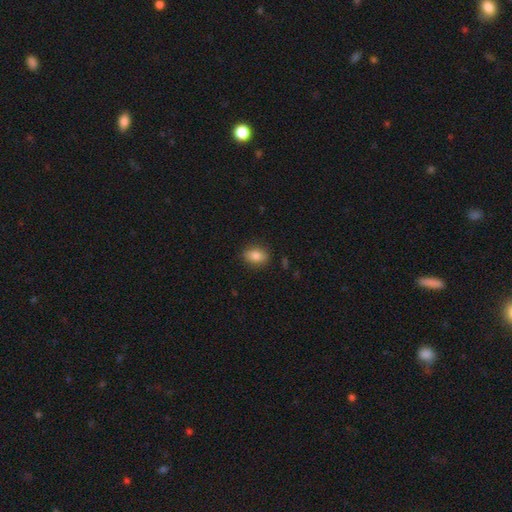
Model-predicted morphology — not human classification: type=smooth (82%); roundness=in between (69%); merging=none (85%).